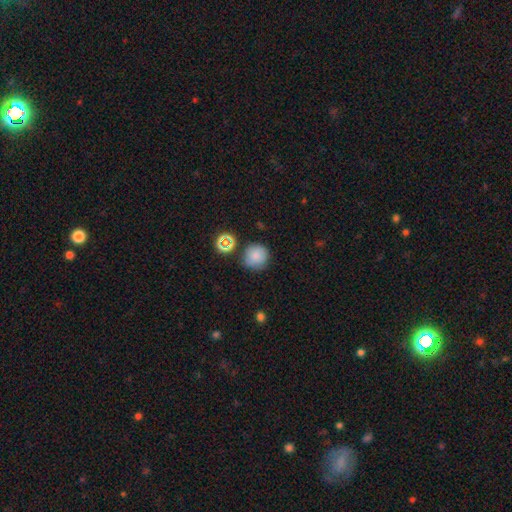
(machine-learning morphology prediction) Overall: smooth (80%). How rounded: round (91%). Merging: none (79%).